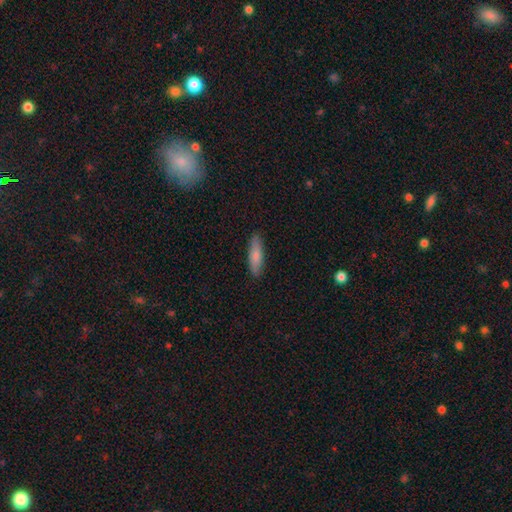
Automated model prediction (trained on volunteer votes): smooth-or-featured: smooth: 81% | featured or disk: 14% | star or artifact: 6%
  how-rounded: cigar-shaped: 62% | in between: 36% | round: 2%
  merging: none: 89% | minor disturbance: 8% | major disturbance: 2% | merger: 1%